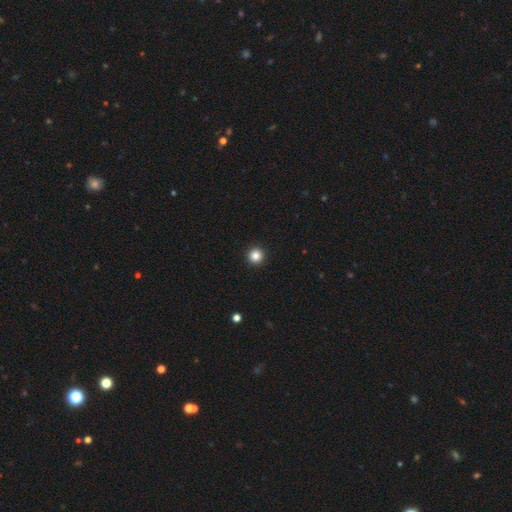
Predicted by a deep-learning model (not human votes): A smooth galaxy with no disk features (85%) that is round (97%).

Vote fractions:
- Smooth or featured? smooth: 85% / star or artifact: 11% / featured or disk: 4%
- How rounded? round: 97% / in between: 2% / cigar-shaped: 1%
- Merging? none: 94% / minor disturbance: 3% / major disturbance: 1% / merger: 1%